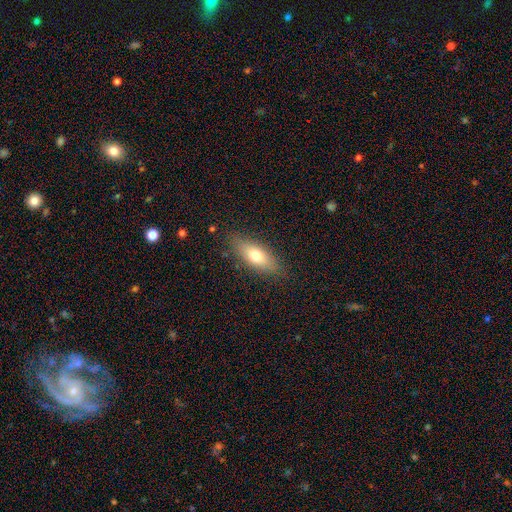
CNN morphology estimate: Q: Smooth or featured?
A: smooth (69%); runner-up: featured or disk (23%)
Q: How rounded?
A: in between (68%); runner-up: cigar-shaped (28%)
Q: Merging?
A: none (83%); runner-up: minor disturbance (12%)